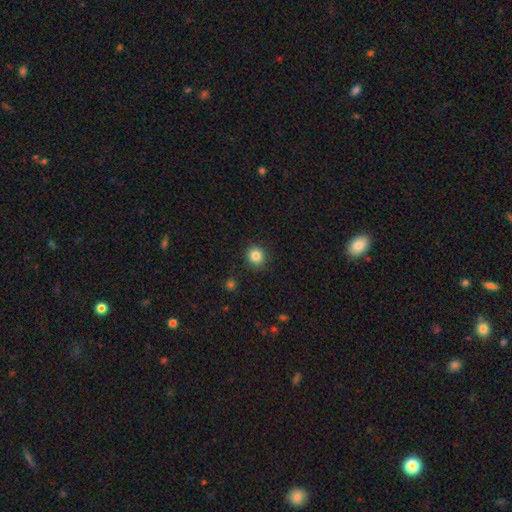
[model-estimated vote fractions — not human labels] This is clearly a smooth galaxy (85%). How rounded: clearly round (87%). Merging: clearly none (90%).